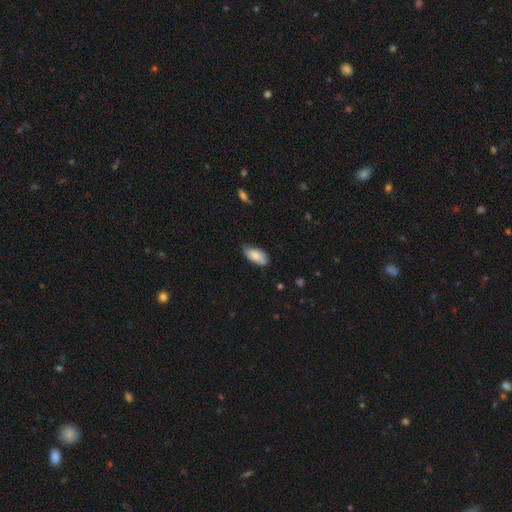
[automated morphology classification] Smooth or featured? Predicted: smooth (p=0.74). How rounded? Predicted: in between (p=0.92). Merging? Predicted: none (p=0.59).